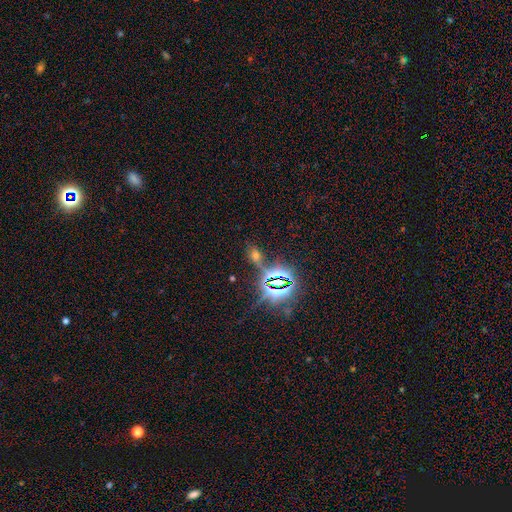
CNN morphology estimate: star or artifact 61%, smooth 27%, featured or disk 12%.